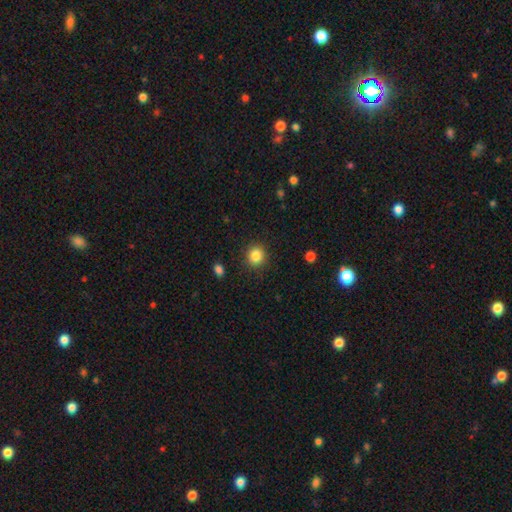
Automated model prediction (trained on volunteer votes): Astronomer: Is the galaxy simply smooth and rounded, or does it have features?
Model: smooth — 85%.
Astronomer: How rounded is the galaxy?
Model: round — 87%.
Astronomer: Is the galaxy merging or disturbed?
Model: none — 90%.